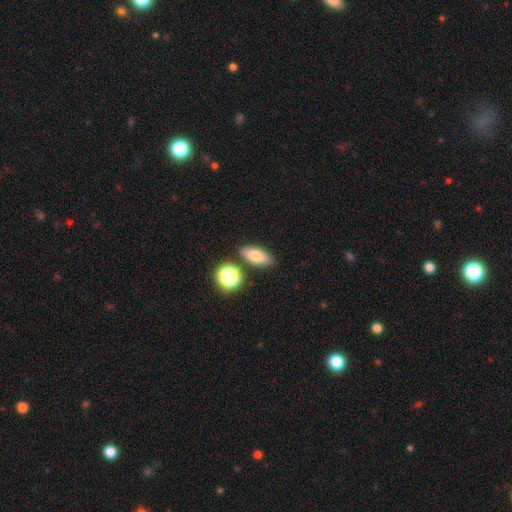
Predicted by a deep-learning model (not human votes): Morphology: type=smooth (77%); roundness=in between (75%); merging=none (81%).